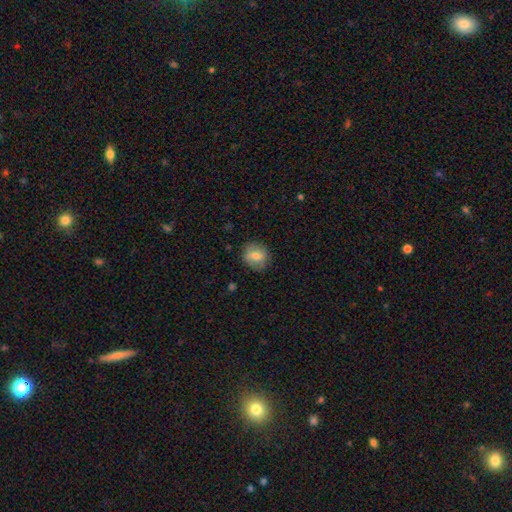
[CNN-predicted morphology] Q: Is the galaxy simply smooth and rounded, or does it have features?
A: smooth — 72%.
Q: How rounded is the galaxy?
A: round — 80%.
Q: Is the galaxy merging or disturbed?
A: none — 84%.